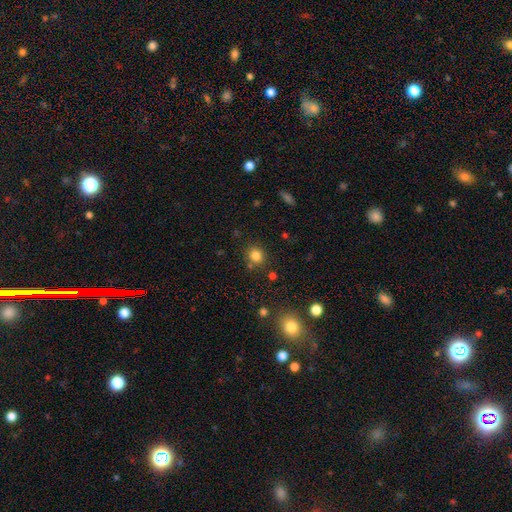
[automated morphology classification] smooth-or-featured: smooth: 82% | star or artifact: 13% | featured or disk: 5%
  how-rounded: round: 84% | in between: 15% | cigar-shaped: 1%
  merging: none: 80% | minor disturbance: 9% | merger: 7% | major disturbance: 3%